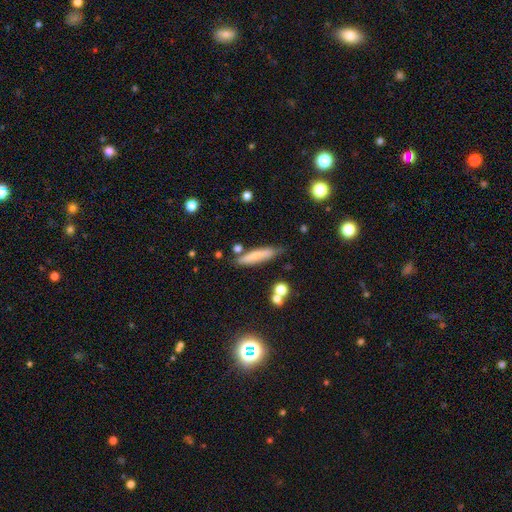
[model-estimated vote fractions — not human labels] Q: Smooth or featured?
A: smooth (71%); runner-up: featured or disk (21%)
Q: How rounded?
A: cigar-shaped (85%); runner-up: in between (13%)
Q: Merging?
A: none (74%); runner-up: minor disturbance (17%)